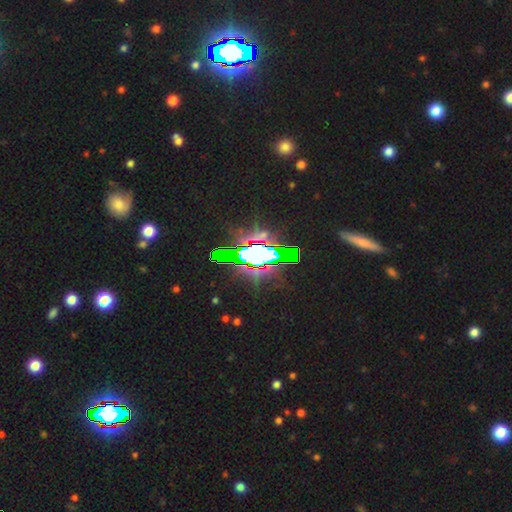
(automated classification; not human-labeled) Q: Smooth or featured?
A: star or artifact (72%); runner-up: featured or disk (14%)